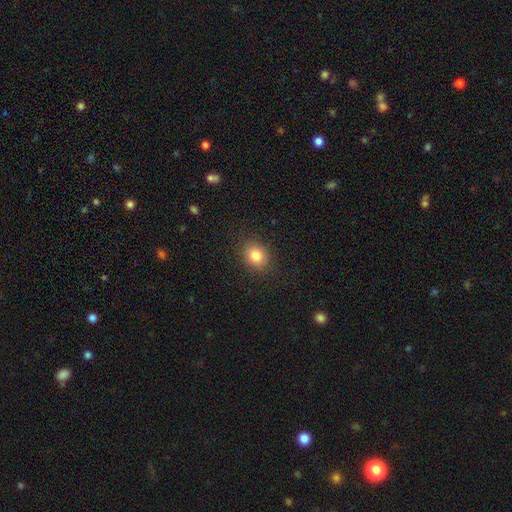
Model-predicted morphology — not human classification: Smooth or featured? Predicted: smooth (p=0.82). How rounded? Predicted: round (p=0.58). Merging? Predicted: none (p=0.88).